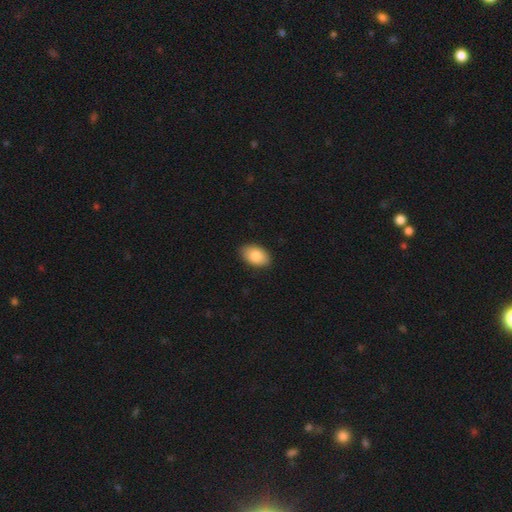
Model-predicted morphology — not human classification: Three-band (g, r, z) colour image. It shows a smooth galaxy with no disk features (84%) that is in between round and cigar-shaped (90%). Merging: none (88%).